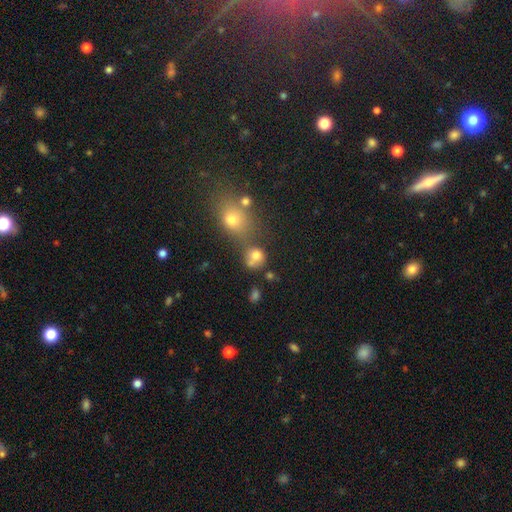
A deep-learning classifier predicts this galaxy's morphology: This is likely a smooth galaxy (76%). How rounded: likely round (75%). Merging: possibly none (47%).